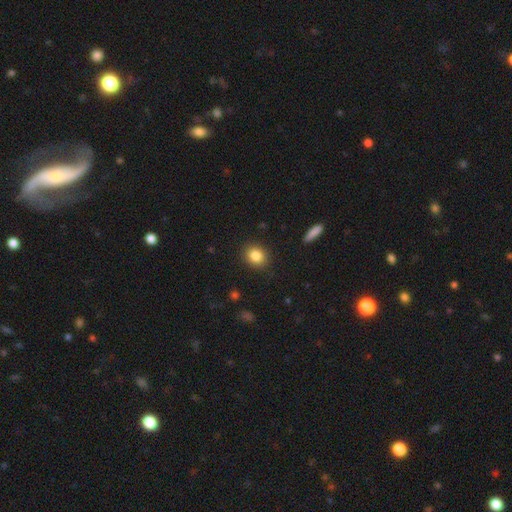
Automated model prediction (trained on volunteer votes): smooth_or_featured: smooth (p=0.84) [alt: star or artifact p=0.10]
how_rounded: round (p=0.67) [alt: in between p=0.32]
merging: none (p=0.89) [alt: minor disturbance p=0.08]